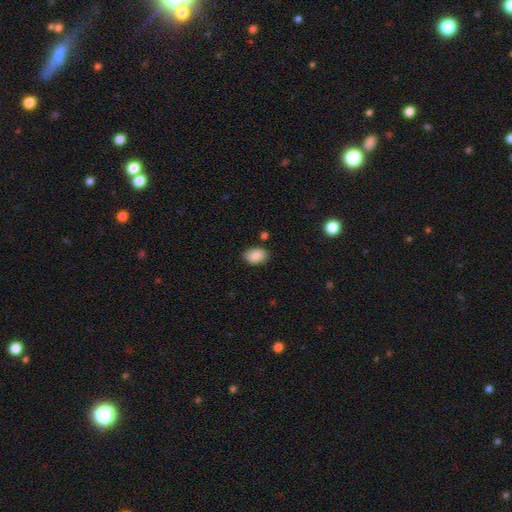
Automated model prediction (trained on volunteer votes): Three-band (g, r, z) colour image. It shows a smooth galaxy with no disk features (89%) that is in between round and cigar-shaped (82%). Merging: none (83%).